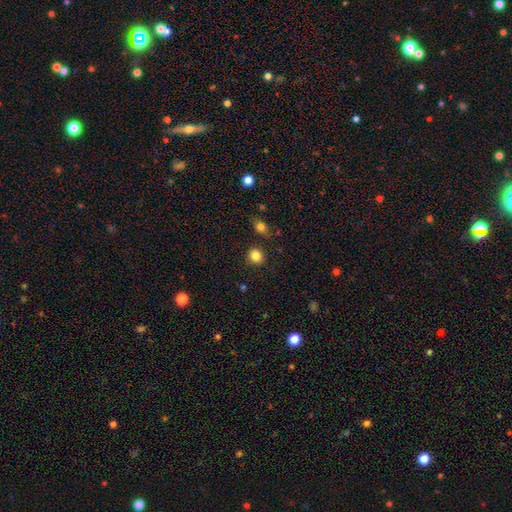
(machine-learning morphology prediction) Q: Smooth or featured?
A: smooth (84%); runner-up: star or artifact (11%)
Q: How rounded?
A: round (86%); runner-up: in between (13%)
Q: Merging?
A: none (87%); runner-up: minor disturbance (8%)